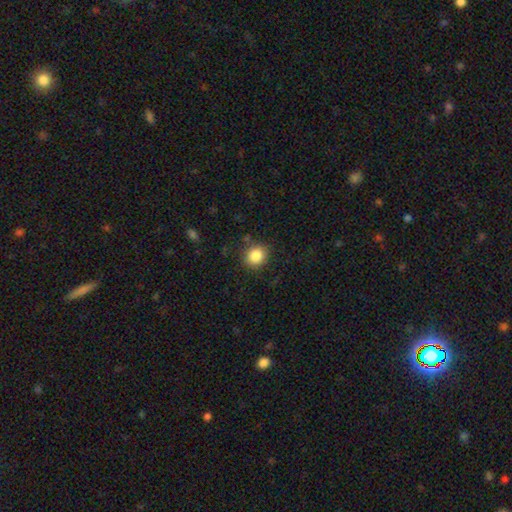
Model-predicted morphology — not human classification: Smooth or featured?
  - smooth: 85% *
  - star or artifact: 10%
  - featured or disk: 5%
How rounded?
  - round: 76% *
  - in between: 23%
  - cigar-shaped: 1%
Merging?
  - none: 84% *
  - minor disturbance: 10%
  - major disturbance: 3%
  - merger: 2%